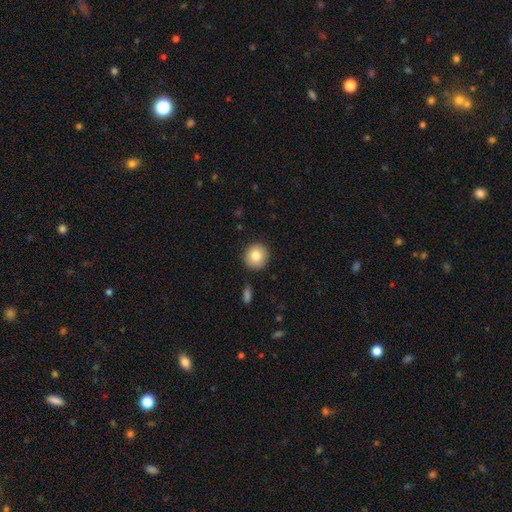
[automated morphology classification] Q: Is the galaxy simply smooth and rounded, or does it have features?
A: smooth — 82%.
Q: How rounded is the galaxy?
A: round — 92%.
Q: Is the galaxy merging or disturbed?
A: none — 89%.